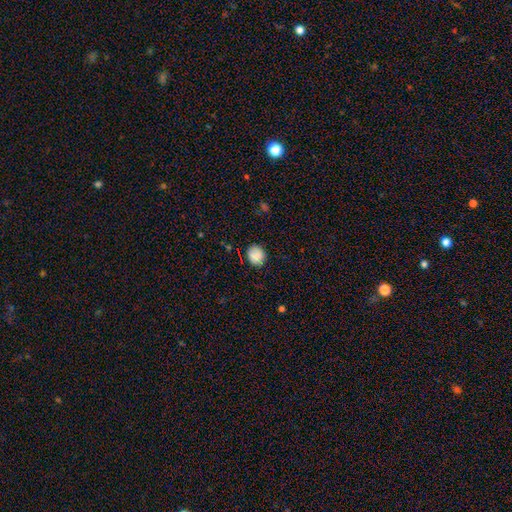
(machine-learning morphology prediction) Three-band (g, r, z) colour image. It shows a smooth galaxy with no disk features (86%) that is round (74%). Merging: none (81%).